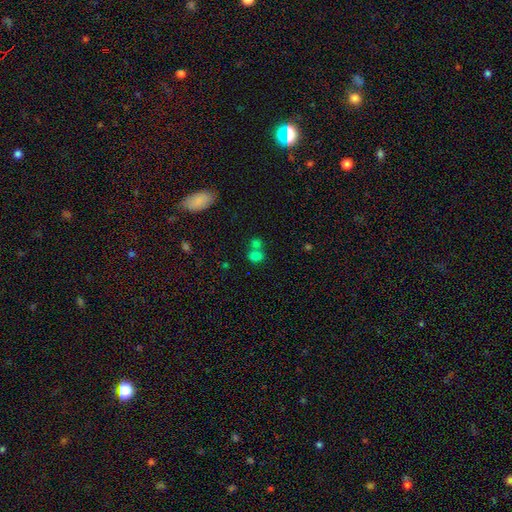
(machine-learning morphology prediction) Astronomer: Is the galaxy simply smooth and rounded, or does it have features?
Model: smooth — 74%.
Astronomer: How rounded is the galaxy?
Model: round — 54% (runner-up: in between, 44%).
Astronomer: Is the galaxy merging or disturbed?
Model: merger — 49% (runner-up: none, 38%).